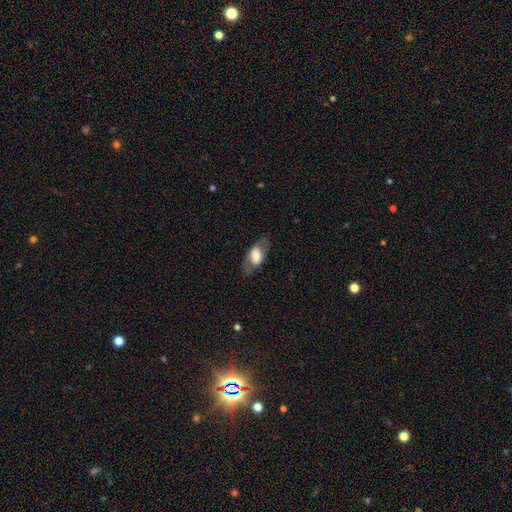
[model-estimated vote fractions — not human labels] smooth_or_featured: smooth (p=0.50) [alt: featured or disk p=0.43]
how_rounded: in between (p=0.86) [alt: cigar-shaped p=0.07]
merging: none (p=0.76) [alt: minor disturbance p=0.14]